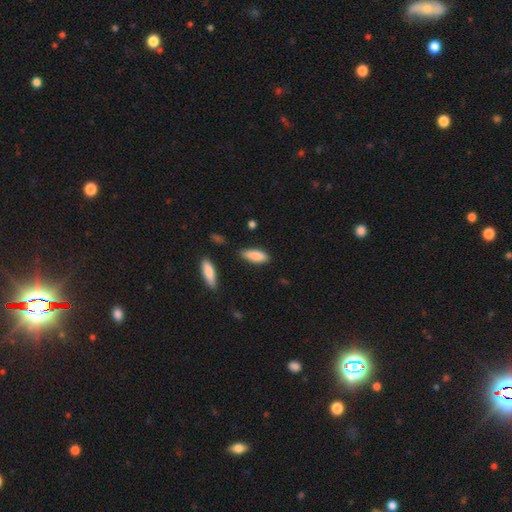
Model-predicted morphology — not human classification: Smooth or featured?
  - smooth: 87% *
  - featured or disk: 7%
  - star or artifact: 6%
How rounded?
  - in between: 67% *
  - cigar-shaped: 31%
  - round: 2%
Merging?
  - none: 78% *
  - minor disturbance: 16%
  - major disturbance: 3%
  - merger: 3%